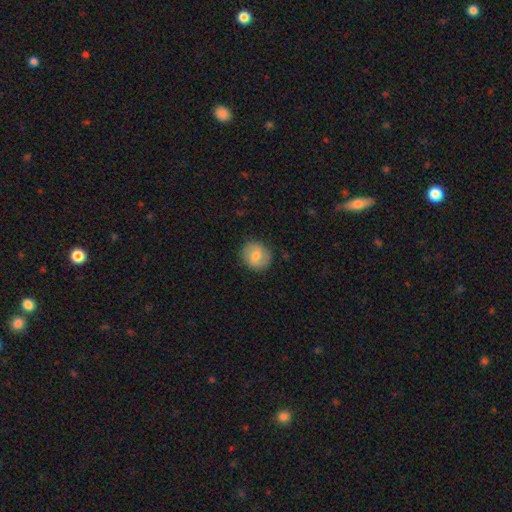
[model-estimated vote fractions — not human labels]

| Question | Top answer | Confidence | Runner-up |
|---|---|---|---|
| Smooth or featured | smooth | 68% | featured or disk (25%) |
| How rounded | round | 81% | in between (18%) |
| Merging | none | 85% | minor disturbance (11%) |